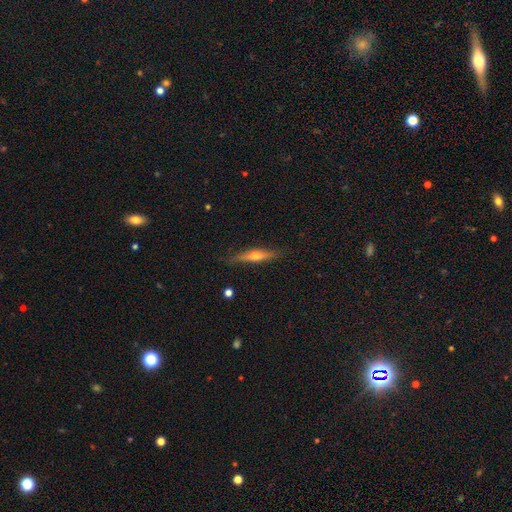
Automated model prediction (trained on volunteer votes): Smooth or featured? featured or disk (62%)
Edge-on disk? yes (95%)
Edge-on bulge? rounded (89%)
Merging? none (85%)